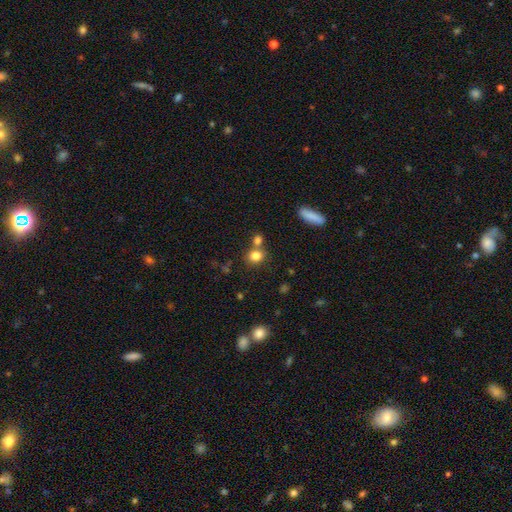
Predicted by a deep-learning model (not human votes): Overall: smooth (81%). How rounded: round (69%; in between 30%). Merging: none (60%; merger 27%).